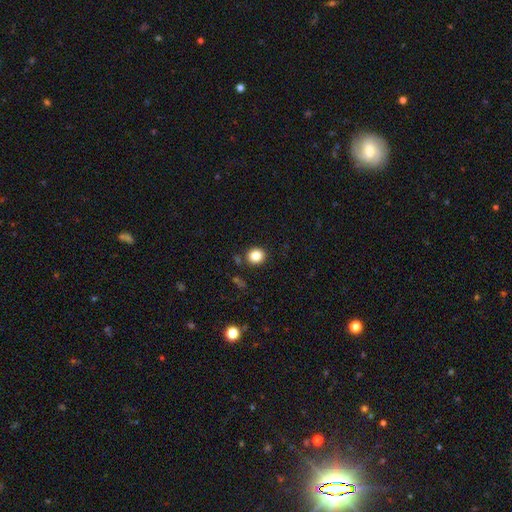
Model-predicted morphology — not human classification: smooth-or-featured: smooth: 85% | star or artifact: 11% | featured or disk: 5%
  how-rounded: round: 84% | in between: 16% | cigar-shaped: 1%
  merging: none: 88% | minor disturbance: 7% | merger: 3% | major disturbance: 2%